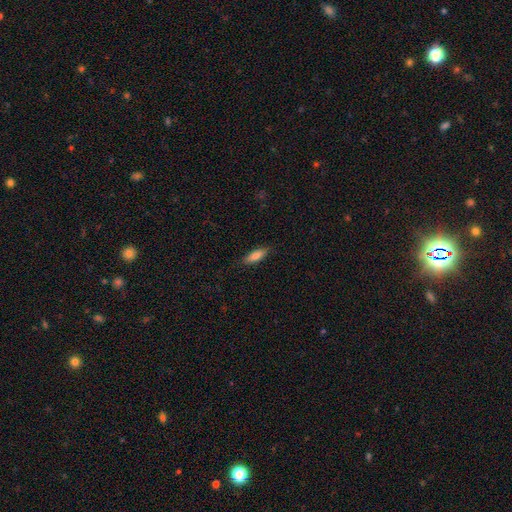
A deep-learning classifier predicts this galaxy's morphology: Q: Smooth or featured?
A: smooth (82%); runner-up: featured or disk (11%)
Q: How rounded?
A: in between (57%); runner-up: cigar-shaped (41%)
Q: Merging?
A: none (85%); runner-up: minor disturbance (11%)